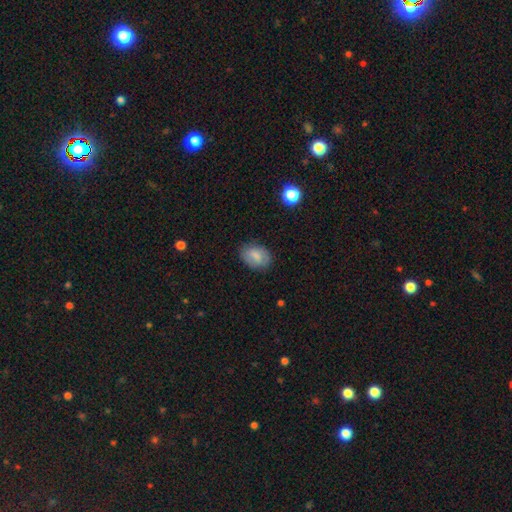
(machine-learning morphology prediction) Smooth or featured? smooth (77%)
How rounded? in between (80%)
Merging? none (80%)